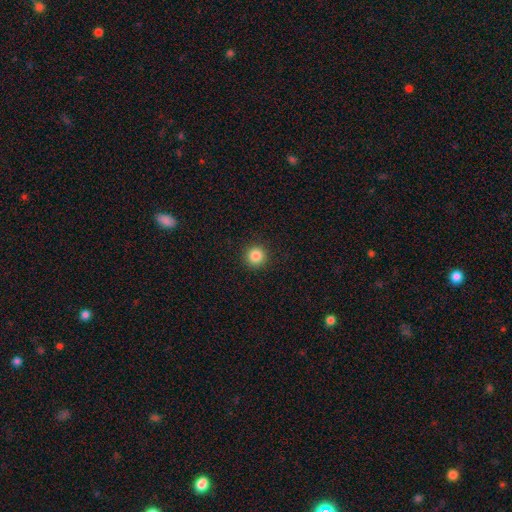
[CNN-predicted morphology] type=smooth (85%); roundness=round (95%); merging=none (93%).